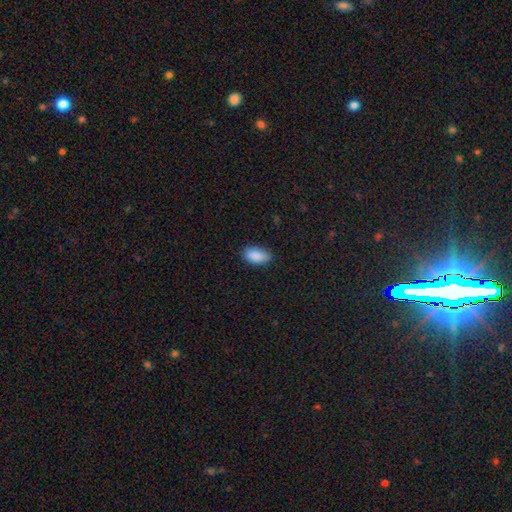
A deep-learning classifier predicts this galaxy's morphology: A smooth galaxy with no disk features (89%) that is in between round and cigar-shaped (93%). Merging: none (81%).